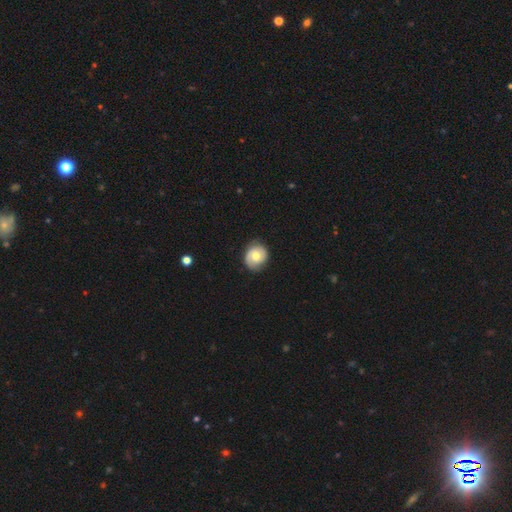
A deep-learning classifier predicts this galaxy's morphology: type=featured or disk (55%); edge-on=no (97%); bar=no (61%); spiral arms=yes (82%); bulge=moderate (74%); merging=none (79%).